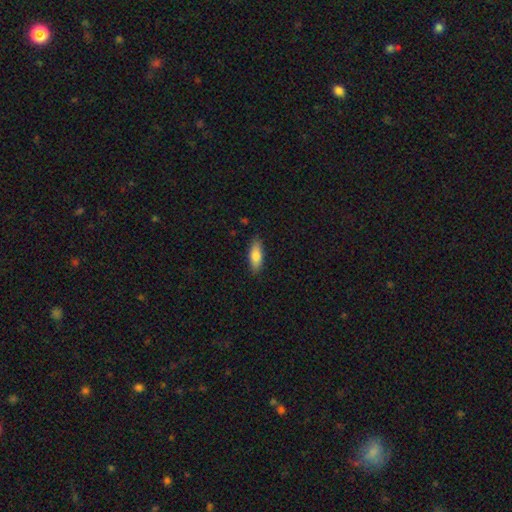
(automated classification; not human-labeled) Morphology: type=smooth (79%); roundness=in between (70%); merging=none (86%).